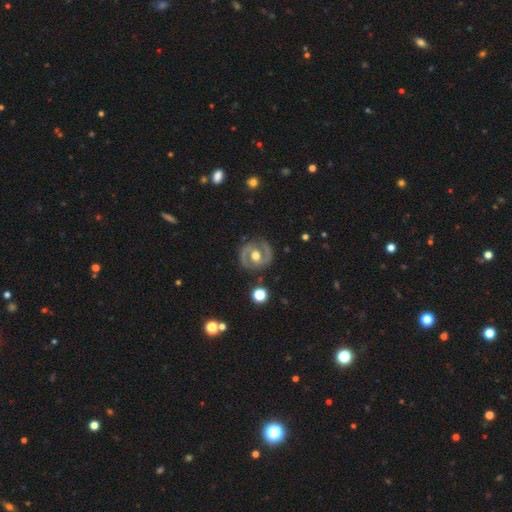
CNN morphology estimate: A featured or disk galaxy (81%) with no bar (45%), 2 (89%) medium (50%) spiral arms (85%) and a moderate central bulge (73%). Merging: none (84%).